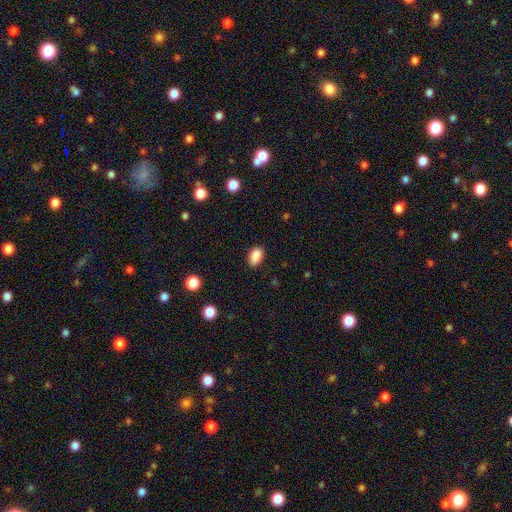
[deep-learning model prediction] A smooth galaxy with no disk features (89%) that is in between round and cigar-shaped (89%). Merging: none (87%).